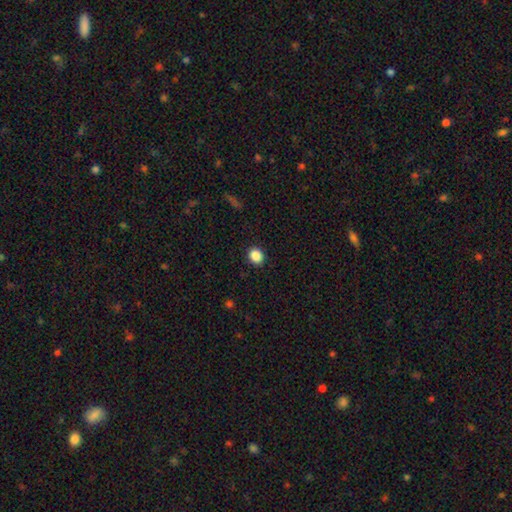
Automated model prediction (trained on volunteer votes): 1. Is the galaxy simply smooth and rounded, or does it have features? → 87% smooth, 10% star or artifact, 3% featured or disk.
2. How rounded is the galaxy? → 73% round, 27% in between, 1% cigar-shaped.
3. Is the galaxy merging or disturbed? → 91% none, 6% minor disturbance, 2% major disturbance, 1% merger.